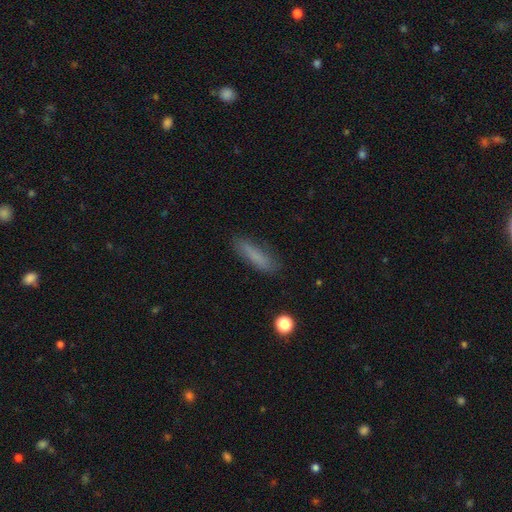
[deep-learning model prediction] Morphology: type=smooth (77%); roundness=cigar-shaped (73%); merging=none (81%).